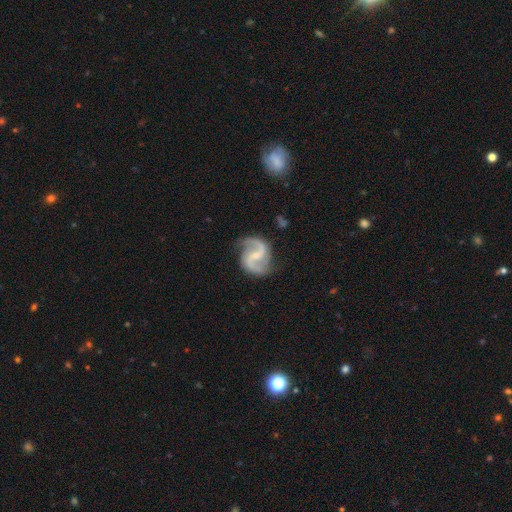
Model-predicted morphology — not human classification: A featured or disk galaxy (93%) with a weak bar (49%), 2 (94%) medium (51%) spiral arms (98%) and a small central bulge (63%).

Vote fractions:
- Smooth or featured? featured or disk: 93% / smooth: 4% / star or artifact: 4%
- Edge-on disk? no: 98% / yes: 2%
- Bar? weak: 49% / no: 30% / strong: 21%
- Spiral arms? yes: 98% / no: 2%
- Spiral winding? medium: 51% / loose: 39% / tight: 10%
- Spiral arm count? 2: 94% / can't tell: 1% / 3: 1% / 1: 1% / 4: 1% / more than 4: 1%
- Bulge size? small: 63% / moderate: 22% / none: 13% / large: 1% / dominant: 1%
- Merging? none: 80% / minor disturbance: 14% / major disturbance: 4% / merger: 1%